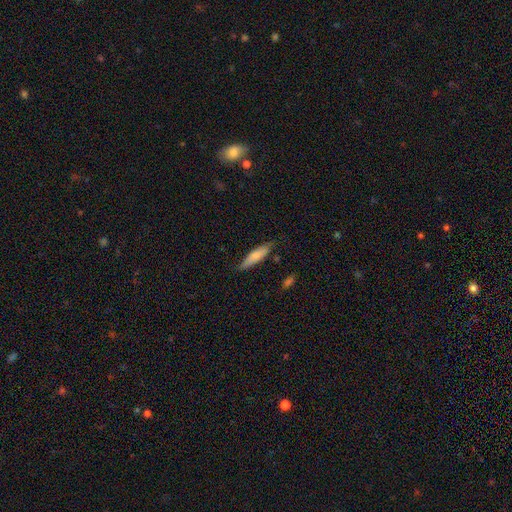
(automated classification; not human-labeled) Morphology: type=smooth (71%); roundness=cigar-shaped (68%); merging=none (75%).